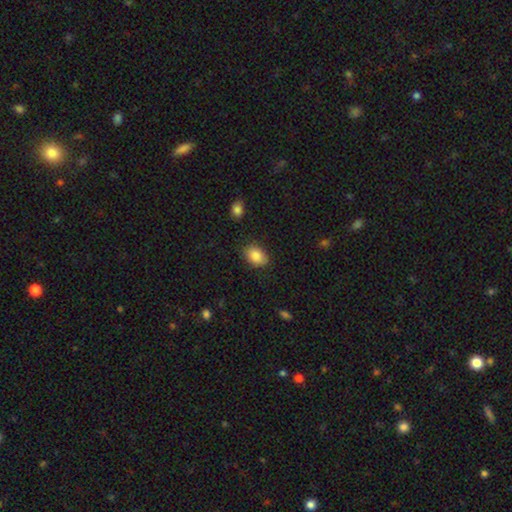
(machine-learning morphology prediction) Smooth or featured: smooth — 88% (star or artifact — 8%)
How rounded: in between — 80% (round — 19%)
Merging: none — 80% (minor disturbance — 15%)